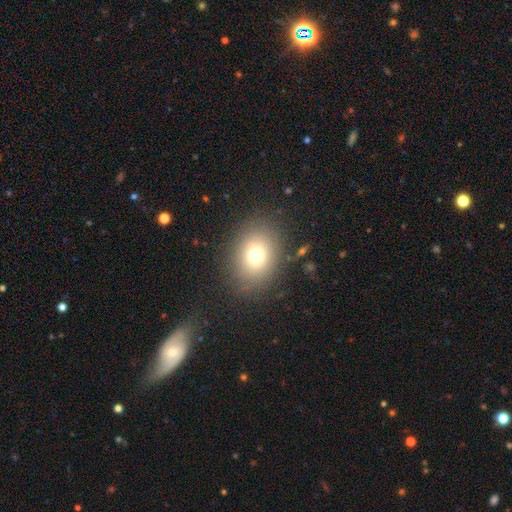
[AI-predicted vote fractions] A smooth galaxy with no disk features (72%) that is in between round and cigar-shaped (55%).

Vote fractions:
- Smooth or featured? smooth: 72% / star or artifact: 14% / featured or disk: 14%
- How rounded? in between: 55% / round: 44% / cigar-shaped: 1%
- Merging? none: 81% / minor disturbance: 12% / major disturbance: 5% / merger: 2%